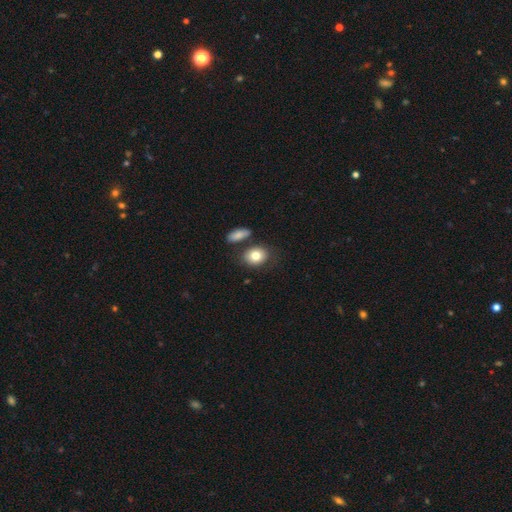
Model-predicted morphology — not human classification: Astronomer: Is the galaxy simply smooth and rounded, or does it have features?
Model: smooth — 80%.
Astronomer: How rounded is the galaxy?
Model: in between — 53% (runner-up: round, 46%).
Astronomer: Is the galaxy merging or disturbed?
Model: none — 65%.